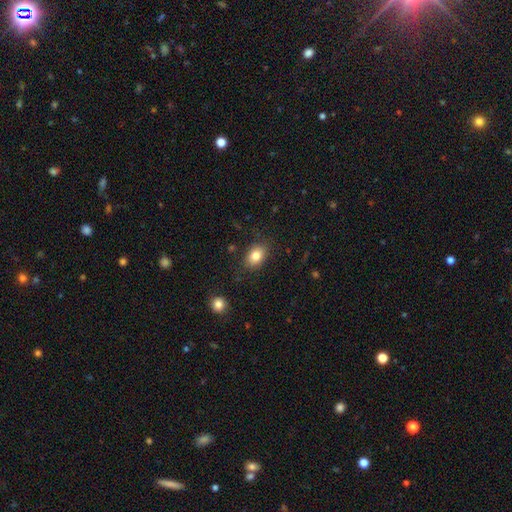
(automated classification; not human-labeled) Overall: smooth (83%). How rounded: in between (75%). Merging: none (83%).